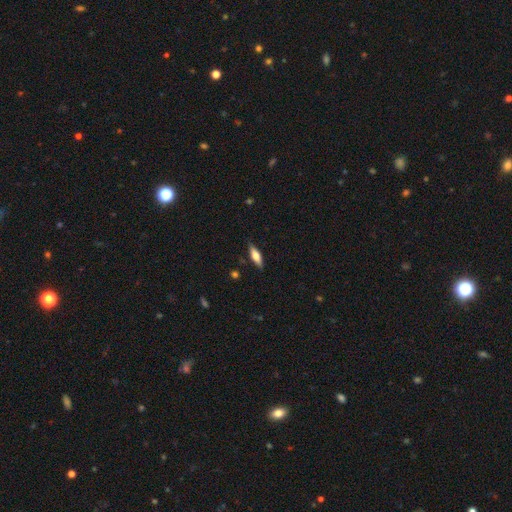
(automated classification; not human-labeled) Morphology: type=smooth (56%); roundness=cigar-shaped (51%); merging=none (85%).